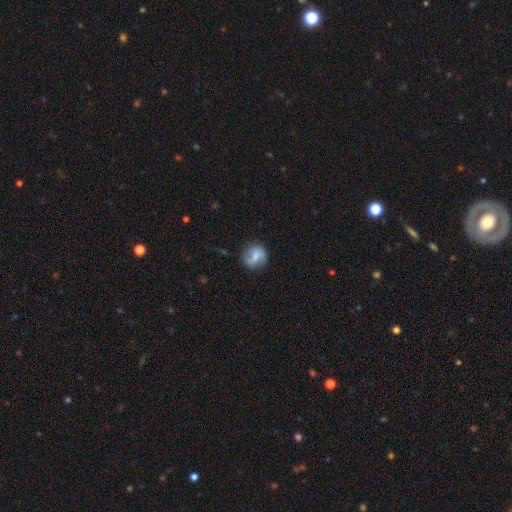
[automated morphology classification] Smooth or featured? Predicted: smooth (p=0.49). Merging? Predicted: none (p=0.72).